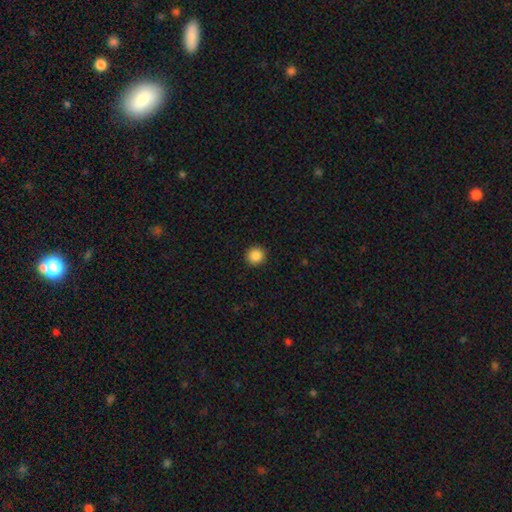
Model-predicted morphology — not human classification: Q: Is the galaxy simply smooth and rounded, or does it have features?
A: smooth — 87%.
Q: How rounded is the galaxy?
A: round — 93%.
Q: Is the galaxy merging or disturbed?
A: none — 92%.